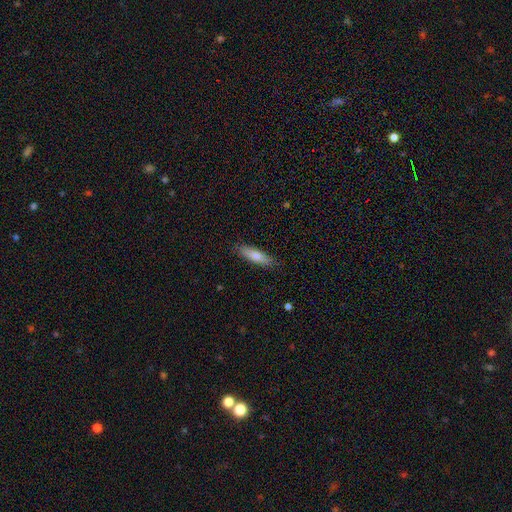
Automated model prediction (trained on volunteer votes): Smooth or featured: smooth — 69% (featured or disk — 24%)
How rounded: cigar-shaped — 59% (in between — 39%)
Merging: none — 86% (minor disturbance — 10%)